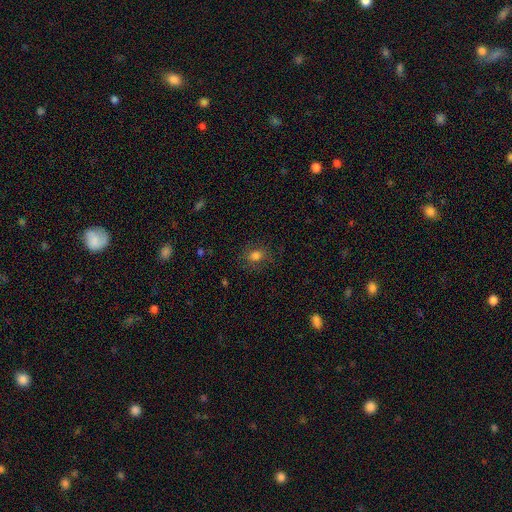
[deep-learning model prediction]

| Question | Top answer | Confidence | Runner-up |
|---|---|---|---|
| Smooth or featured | smooth | 77% | star or artifact (14%) |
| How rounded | round | 52% | in between (46%) |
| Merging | none | 80% | minor disturbance (13%) |